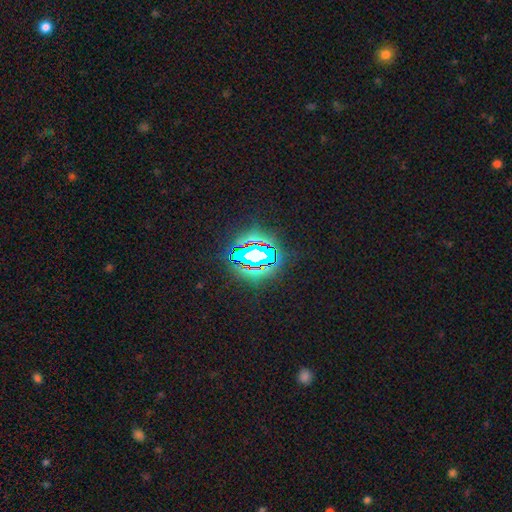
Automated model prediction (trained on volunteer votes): Smooth or featured? Predicted: star or artifact (p=0.70).